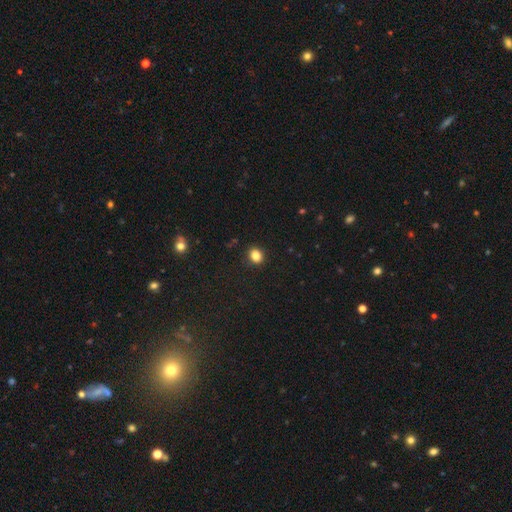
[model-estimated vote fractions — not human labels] smooth_or_featured: smooth (p=0.84) [alt: star or artifact p=0.11]
how_rounded: round (p=0.65) [alt: in between p=0.34]
merging: none (p=0.89) [alt: minor disturbance p=0.08]